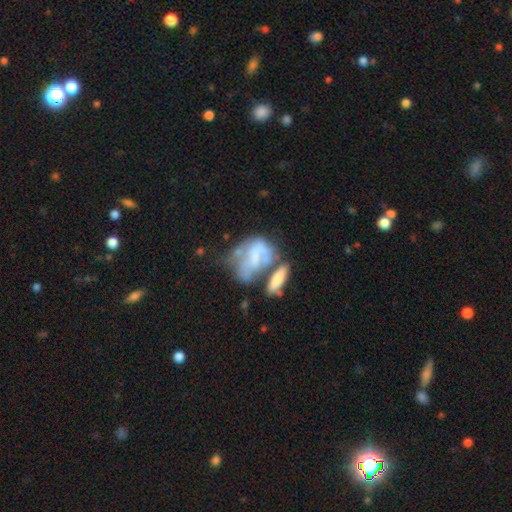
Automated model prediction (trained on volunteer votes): This is possibly a featured or disk galaxy (50%). Merging: marginally merger (42%).